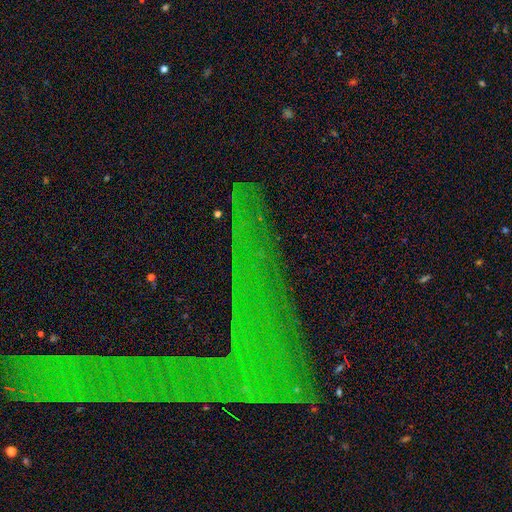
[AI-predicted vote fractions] The model was most divided on "smooth or featured": star or artifact: 72%, featured or disk: 16%, smooth: 13%.